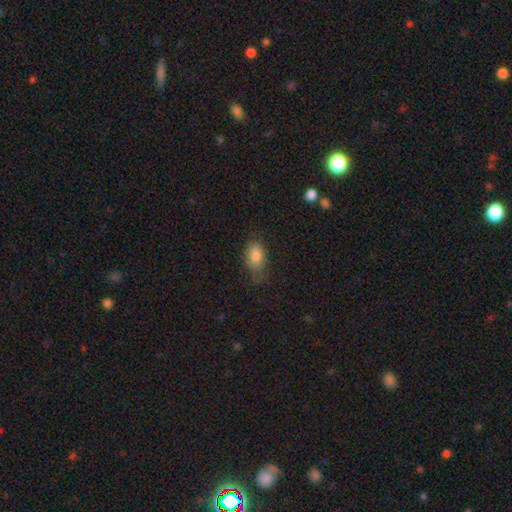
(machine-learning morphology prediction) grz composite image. It shows a smooth galaxy with no disk features (83%) that is in between round and cigar-shaped (87%). Merging: none (62%).